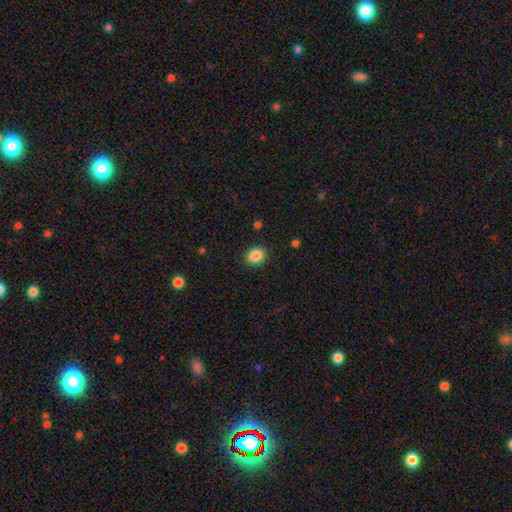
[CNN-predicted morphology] Smooth or featured? Predicted: smooth (p=0.87). How rounded? Predicted: round (p=0.57). Merging? Predicted: none (p=0.89).